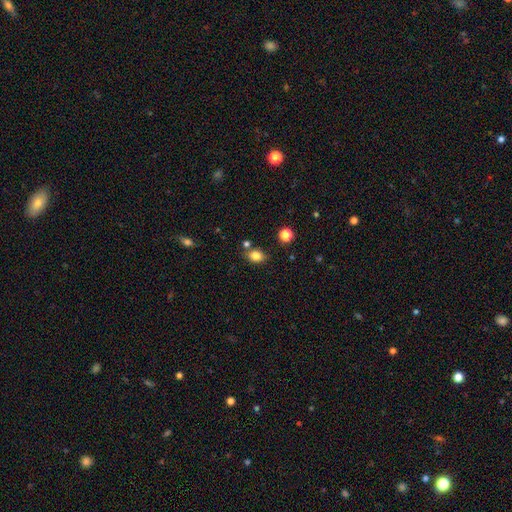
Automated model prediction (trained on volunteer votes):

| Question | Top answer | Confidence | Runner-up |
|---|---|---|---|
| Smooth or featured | smooth | 82% | star or artifact (11%) |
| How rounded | in between | 63% | round (36%) |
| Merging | none | 76% | minor disturbance (13%) |